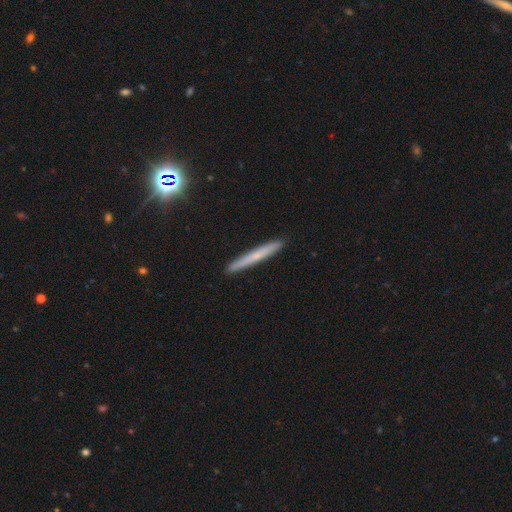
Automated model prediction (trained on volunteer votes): The model was most divided on "smooth or featured": smooth: 51%, featured or disk: 41%, star or artifact: 8%. More confident: how rounded — cigar-shaped (96%); merging — none (92%).